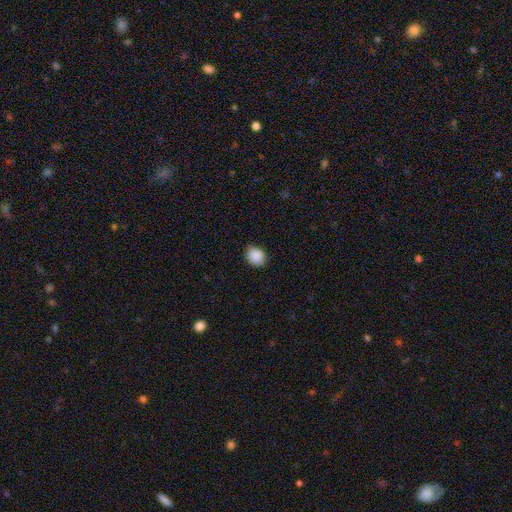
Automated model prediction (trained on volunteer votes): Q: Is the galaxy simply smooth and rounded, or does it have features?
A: smooth — 89%.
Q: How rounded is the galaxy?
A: round — 71%.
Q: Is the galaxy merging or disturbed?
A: none — 86%.